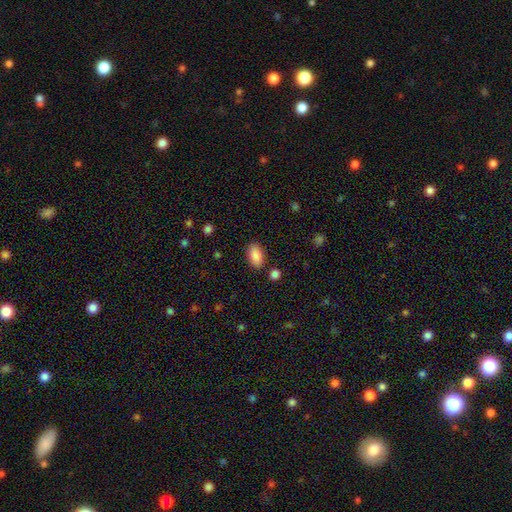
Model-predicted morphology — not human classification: This appears to be a smooth galaxy with no disk features (88%) that is in between round and cigar-shaped (93%). Merging: none (85%).